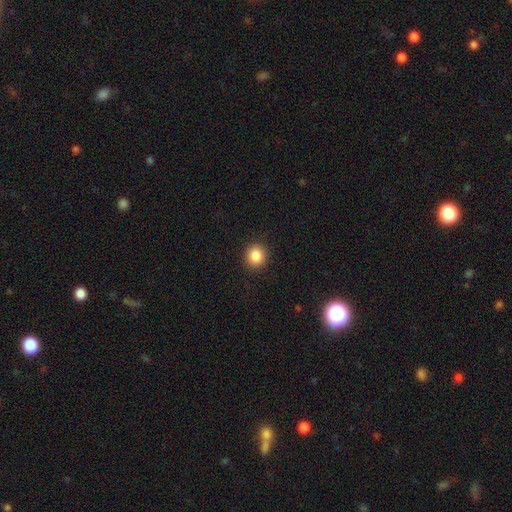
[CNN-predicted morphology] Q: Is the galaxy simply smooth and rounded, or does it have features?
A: smooth — 86%.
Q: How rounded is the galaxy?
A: round — 87%.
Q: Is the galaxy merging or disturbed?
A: none — 91%.